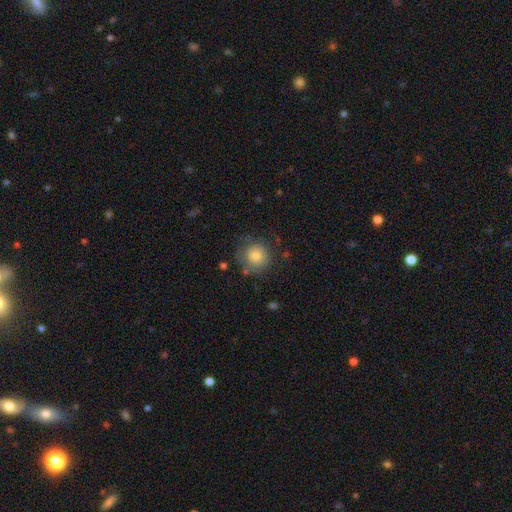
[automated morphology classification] Smooth or featured? Predicted: smooth (p=0.76). How rounded? Predicted: round (p=0.90). Merging? Predicted: none (p=0.71).